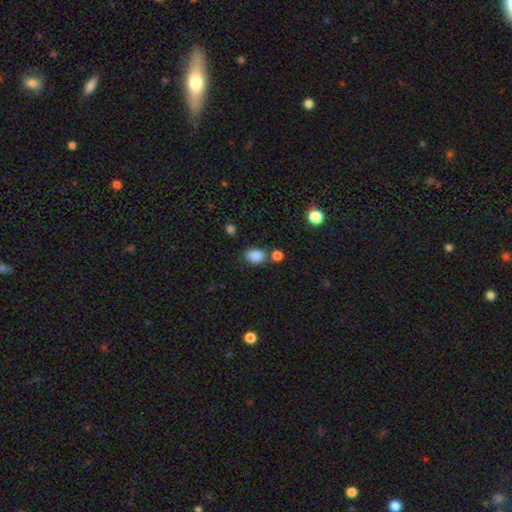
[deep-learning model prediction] The model was most divided on "how rounded": in between: 71%, round: 27%, cigar-shaped: 1%. More confident: smooth or featured — smooth (86%); merging — none (68%).